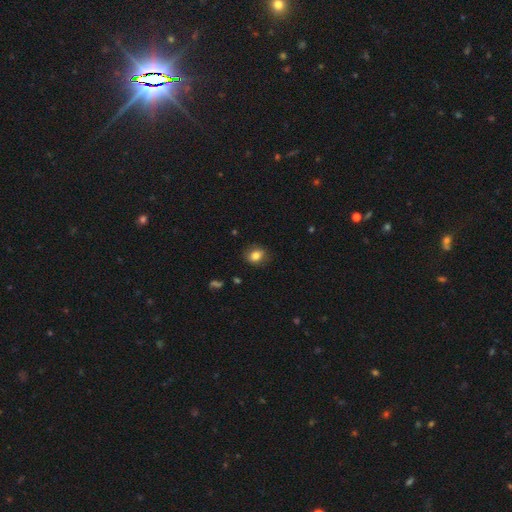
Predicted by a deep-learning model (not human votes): Q: Smooth or featured?
A: smooth (82%); runner-up: star or artifact (9%)
Q: How rounded?
A: in between (51%); runner-up: round (48%)
Q: Merging?
A: none (81%); runner-up: minor disturbance (15%)